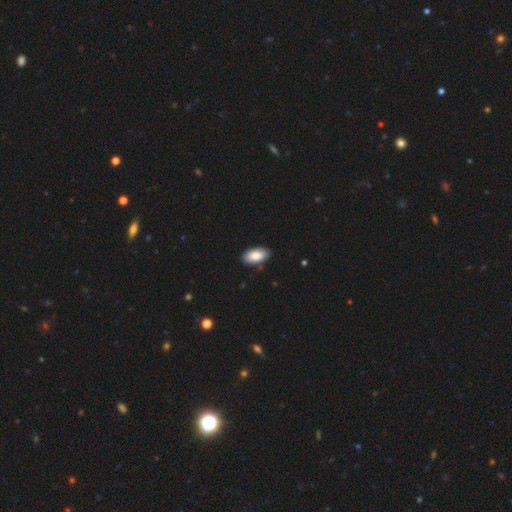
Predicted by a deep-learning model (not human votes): This is clearly a smooth galaxy (88%). How rounded: clearly in between (94%). Merging: clearly none (86%).